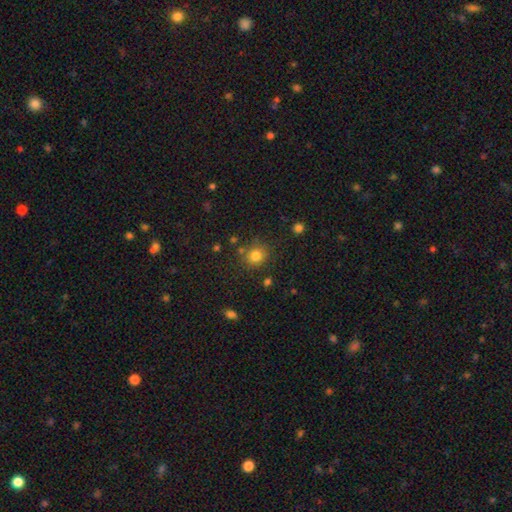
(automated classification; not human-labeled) Smooth or featured? smooth (80%)
How rounded? round (84%)
Merging? none (78%)